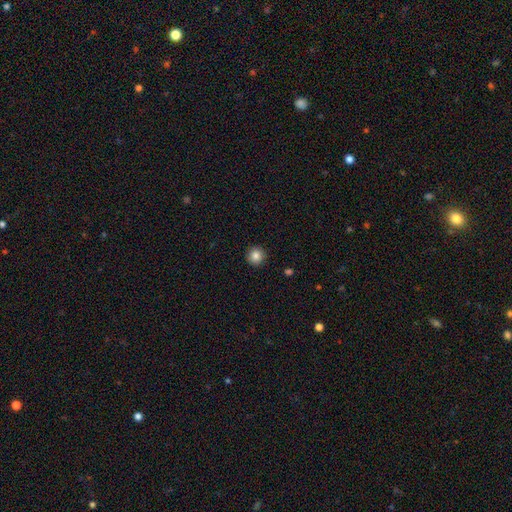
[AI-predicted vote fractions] smooth 85%, star or artifact 10%, featured or disk 5%. Down the decision tree: how rounded — round (95%); merging — none (93%).